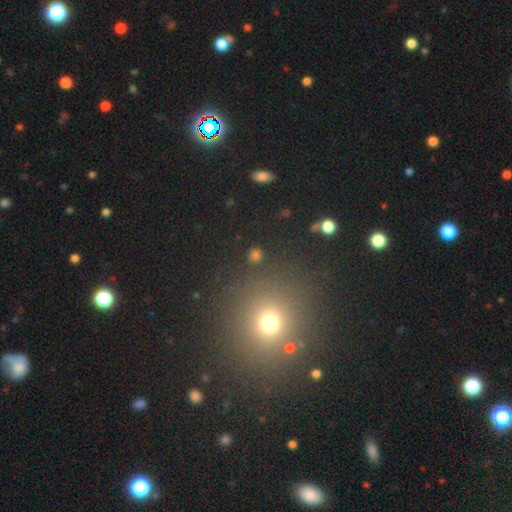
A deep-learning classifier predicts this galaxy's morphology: smooth_or_featured: smooth (p=0.64) [alt: star or artifact p=0.28]
how_rounded: round (p=0.85) [alt: in between p=0.13]
merging: none (p=0.85) [alt: minor disturbance p=0.07]